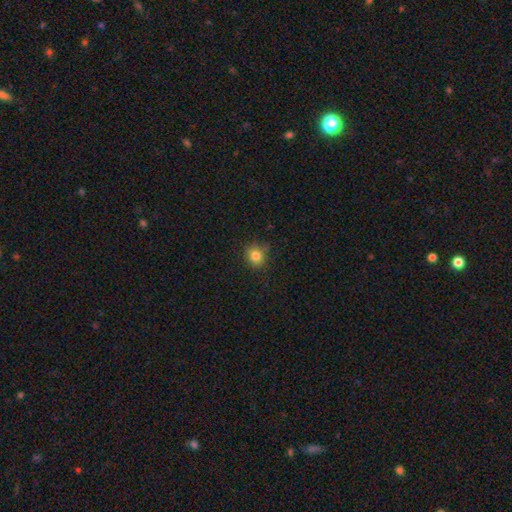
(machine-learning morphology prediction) Smooth or featured: smooth — 83% (star or artifact — 12%)
How rounded: round — 83% (in between — 17%)
Merging: none — 80% (minor disturbance — 14%)